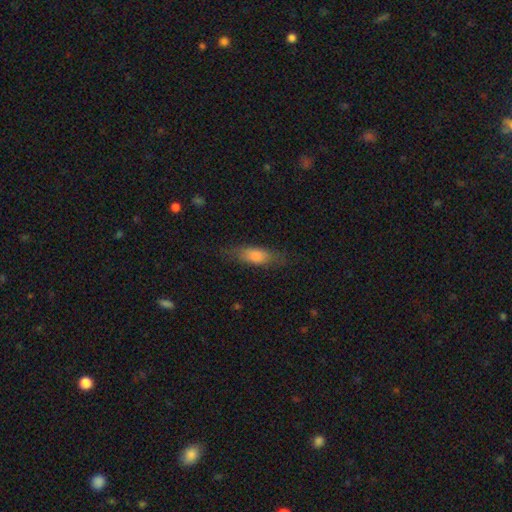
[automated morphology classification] Overall: smooth (73%). How rounded: in between (54%; cigar-shaped 44%). Merging: none (75%).